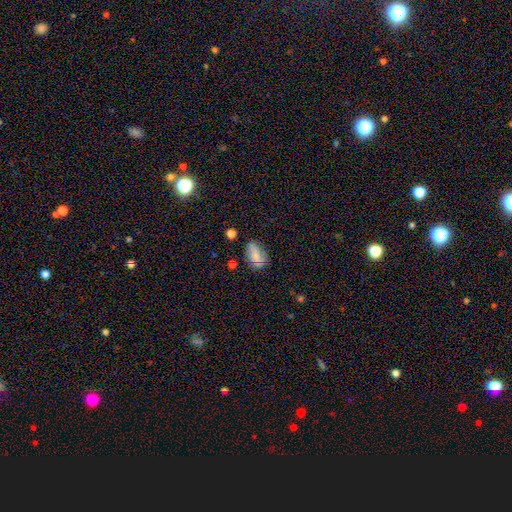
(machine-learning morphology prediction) Smooth or featured? smooth (69%)
How rounded? in between (86%)
Merging? none (63%)